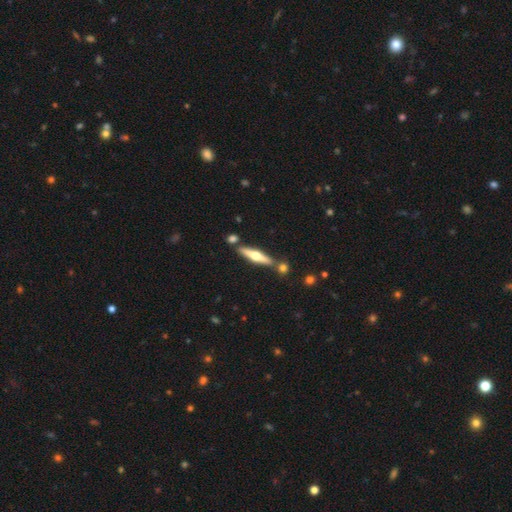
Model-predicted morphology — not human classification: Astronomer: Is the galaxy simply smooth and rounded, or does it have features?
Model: featured or disk — 58% (runner-up: smooth, 37%).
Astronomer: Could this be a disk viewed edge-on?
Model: yes — 95%.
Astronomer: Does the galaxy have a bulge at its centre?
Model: rounded — 93%.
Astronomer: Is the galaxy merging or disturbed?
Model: none — 77%.